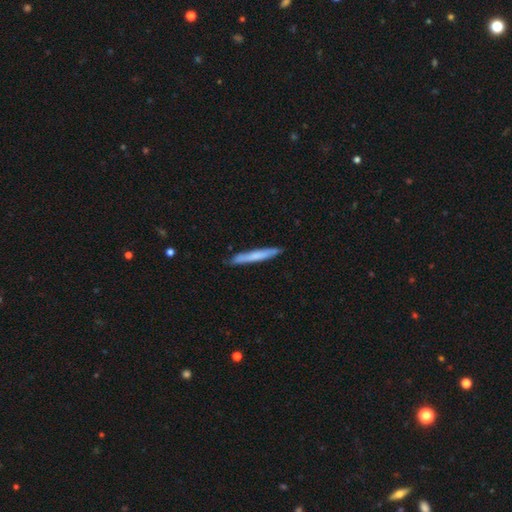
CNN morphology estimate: smooth 64%, featured or disk 30%, star or artifact 6%. Down the decision tree: how rounded — cigar-shaped (96%); merging — none (88%).